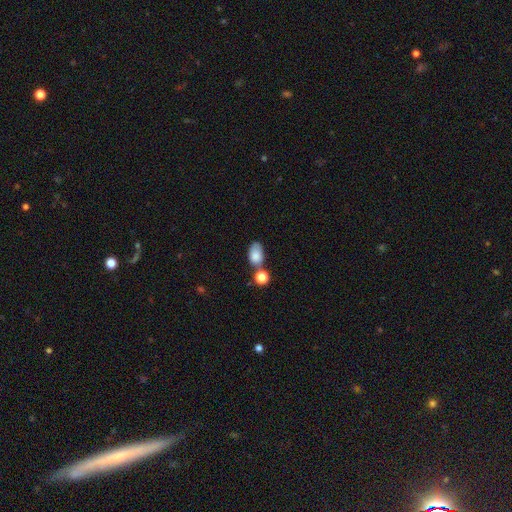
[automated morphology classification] type=smooth (82%); roundness=in between (86%); merging=none (48%).